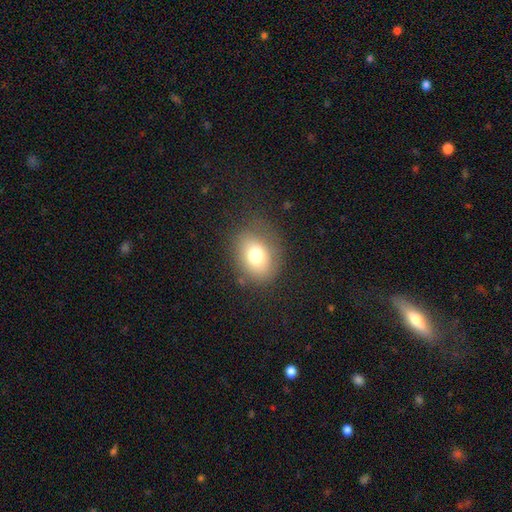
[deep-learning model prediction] A smooth galaxy with no disk features (74%) that is in between round and cigar-shaped (54%). Merging: none (72%).